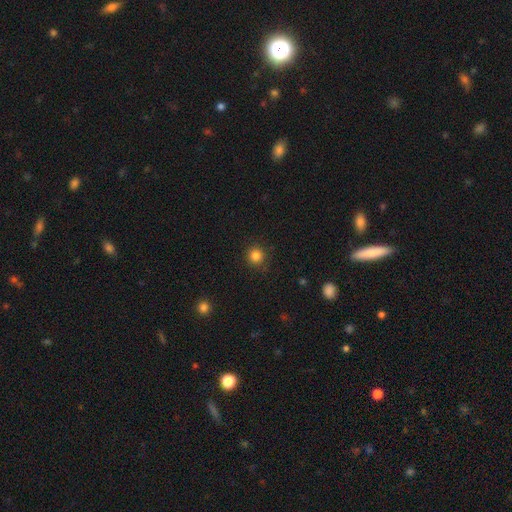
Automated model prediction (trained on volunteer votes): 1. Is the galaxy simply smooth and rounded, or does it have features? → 84% smooth, 12% star or artifact, 4% featured or disk.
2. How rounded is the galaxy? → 95% round, 5% in between, 1% cigar-shaped.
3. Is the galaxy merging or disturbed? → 90% none, 6% minor disturbance, 2% major disturbance, 1% merger.